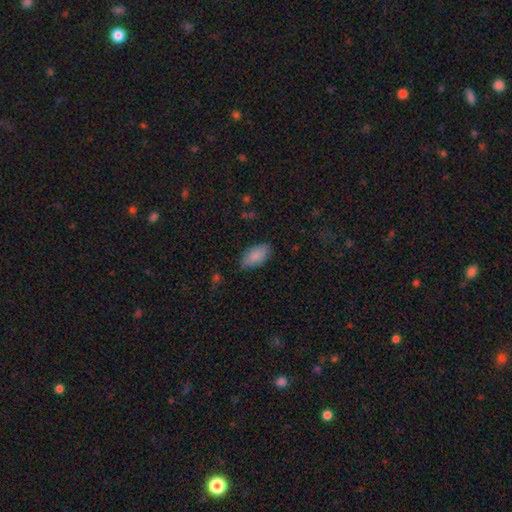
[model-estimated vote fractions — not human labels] smooth-or-featured: smooth: 86% | featured or disk: 8% | star or artifact: 6%
  how-rounded: in between: 93% | cigar-shaped: 4% | round: 3%
  merging: none: 78% | minor disturbance: 18% | major disturbance: 3% | merger: 1%